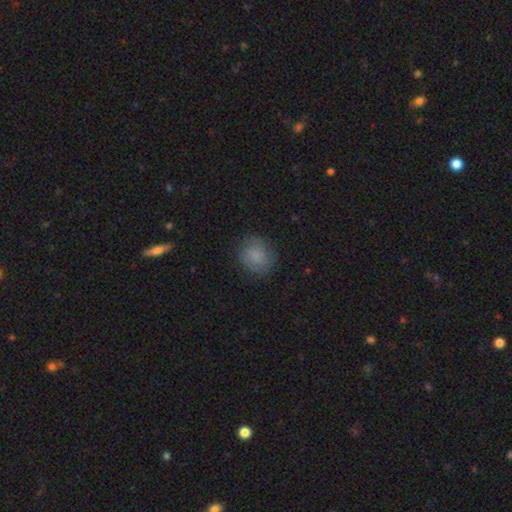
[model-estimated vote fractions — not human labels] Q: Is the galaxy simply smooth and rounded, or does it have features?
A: smooth — 77%.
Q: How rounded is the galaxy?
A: round — 71%.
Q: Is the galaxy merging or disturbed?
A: none — 79%.